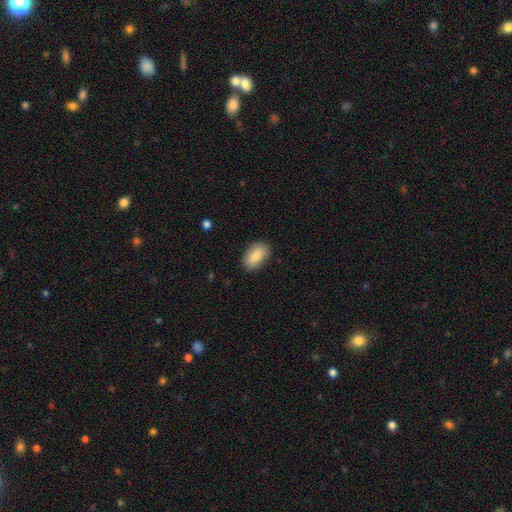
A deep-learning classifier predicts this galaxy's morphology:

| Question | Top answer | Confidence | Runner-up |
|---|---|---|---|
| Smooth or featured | smooth | 84% | featured or disk (9%) |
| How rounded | in between | 92% | round (6%) |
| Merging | none | 86% | minor disturbance (11%) |